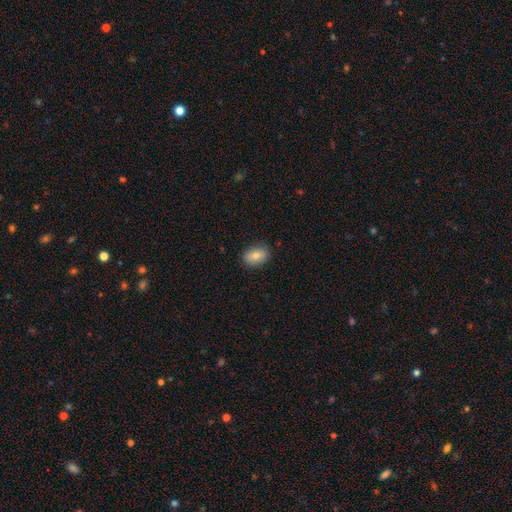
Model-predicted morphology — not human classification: Q: Smooth or featured?
A: smooth (77%); runner-up: featured or disk (14%)
Q: How rounded?
A: in between (78%); runner-up: round (21%)
Q: Merging?
A: none (87%); runner-up: minor disturbance (10%)